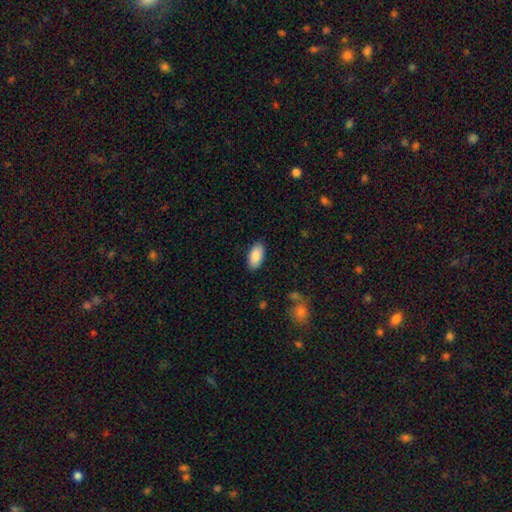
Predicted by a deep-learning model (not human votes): The model was most divided on "merging": none: 88%, minor disturbance: 9%, major disturbance: 2%, merger: 1%. More confident: how rounded — in between (94%); smooth or featured — smooth (89%).